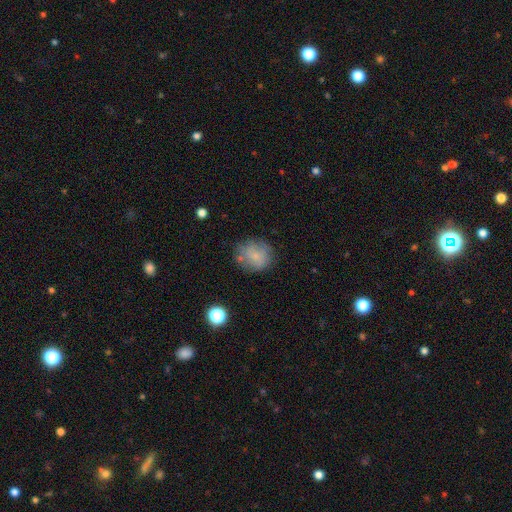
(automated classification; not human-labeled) Smooth or featured: smooth — 70% (featured or disk — 20%)
How rounded: round — 80% (in between — 19%)
Merging: none — 66% (minor disturbance — 21%)